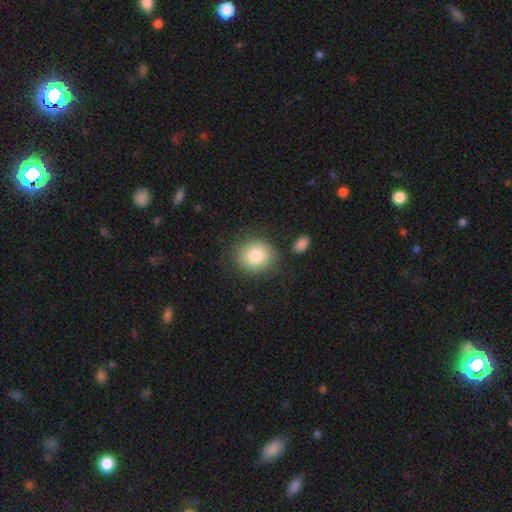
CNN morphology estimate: This appears to be a smooth galaxy with no disk features (83%) that is round (80%). Merging: none (82%).